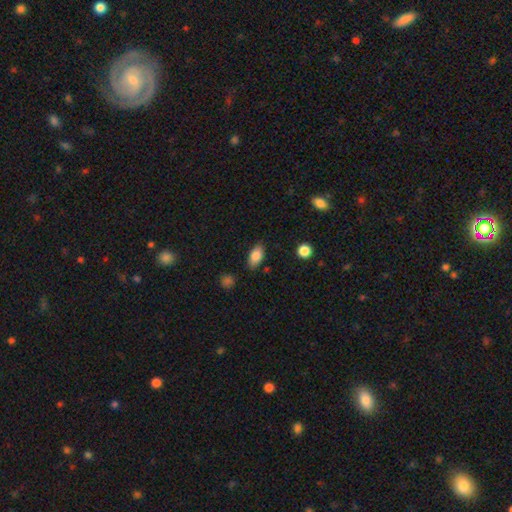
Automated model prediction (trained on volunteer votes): This appears to be a smooth galaxy with no disk features (84%) that is in between round and cigar-shaped (90%). Merging: none (83%).